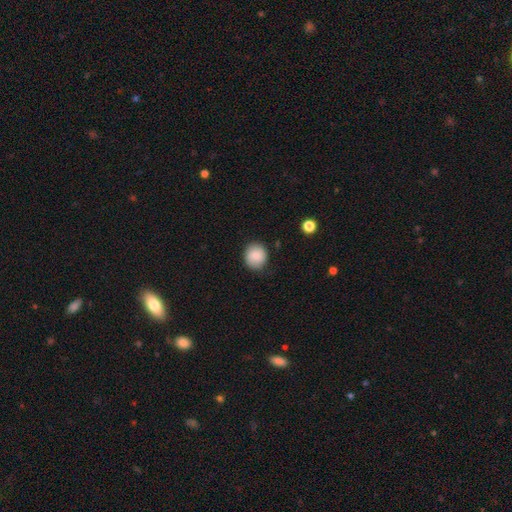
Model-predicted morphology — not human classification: smooth-or-featured: smooth: 82% | featured or disk: 10% | star or artifact: 8%
  how-rounded: round: 83% | in between: 16% | cigar-shaped: 1%
  merging: none: 84% | minor disturbance: 12% | major disturbance: 3% | merger: 1%